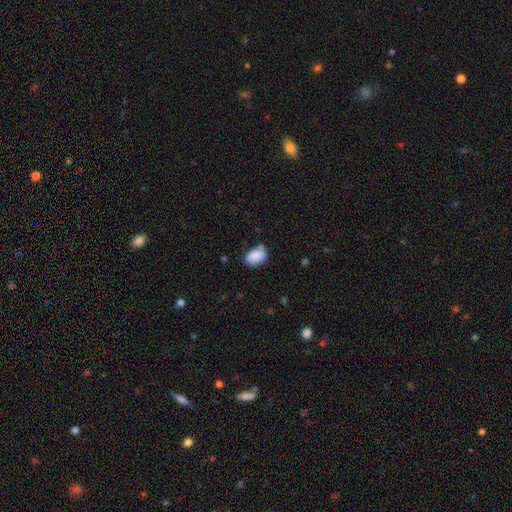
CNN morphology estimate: This appears to be a smooth galaxy with no disk features (85%) that is in between round and cigar-shaped (83%). Merging: none (61%).